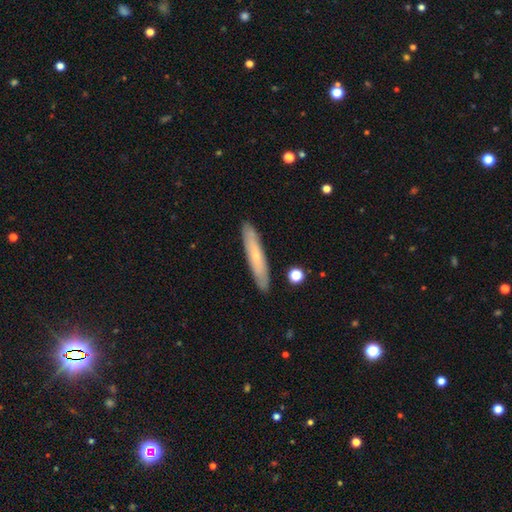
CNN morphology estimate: Smooth or featured? Predicted: smooth (p=0.50). How rounded? Predicted: cigar-shaped (p=0.90). Merging? Predicted: none (p=0.89).